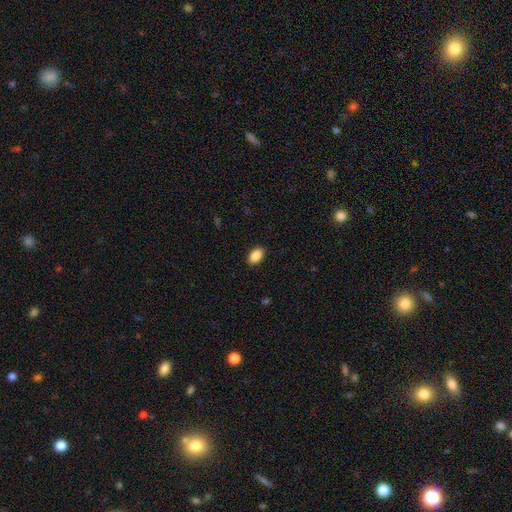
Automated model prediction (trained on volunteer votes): Smooth or featured?
  - smooth: 89% *
  - star or artifact: 8%
  - featured or disk: 4%
How rounded?
  - in between: 91% *
  - round: 7%
  - cigar-shaped: 2%
Merging?
  - none: 89% *
  - minor disturbance: 8%
  - major disturbance: 2%
  - merger: 1%